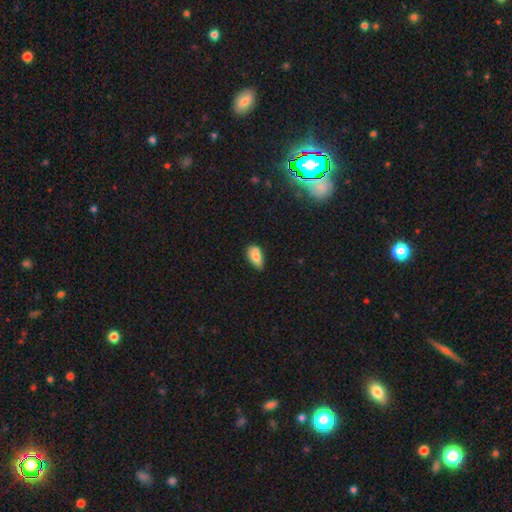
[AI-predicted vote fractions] smooth 75%, featured or disk 17%, star or artifact 9%. Down the decision tree: how rounded — in between (88%); merging — none (42%).